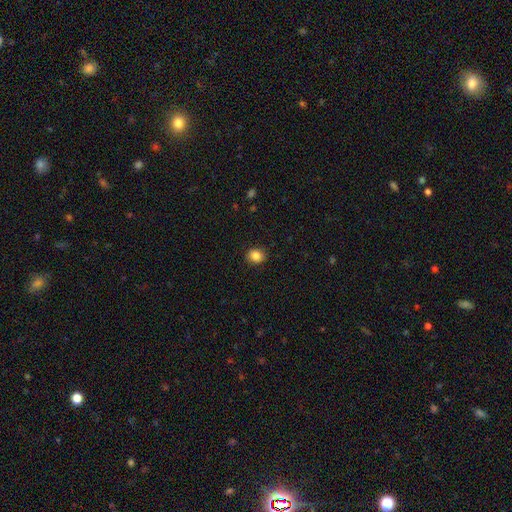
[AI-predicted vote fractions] Q: Smooth or featured?
A: smooth (85%); runner-up: star or artifact (10%)
Q: How rounded?
A: round (72%); runner-up: in between (27%)
Q: Merging?
A: none (89%); runner-up: minor disturbance (8%)